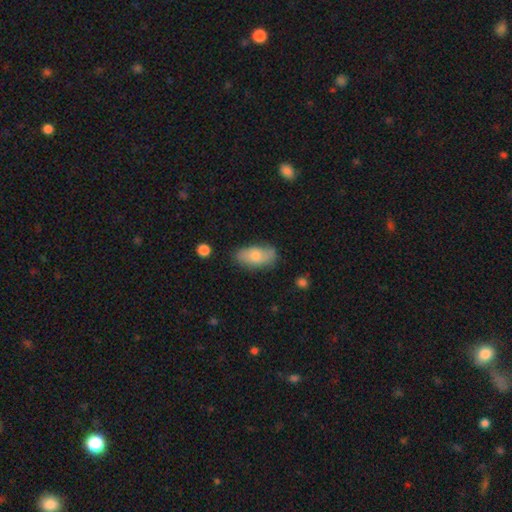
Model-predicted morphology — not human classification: Smooth or featured?
  - smooth: 72% *
  - featured or disk: 21%
  - star or artifact: 7%
How rounded?
  - in between: 92% *
  - cigar-shaped: 5%
  - round: 3%
Merging?
  - none: 68% *
  - minor disturbance: 24%
  - major disturbance: 6%
  - merger: 2%